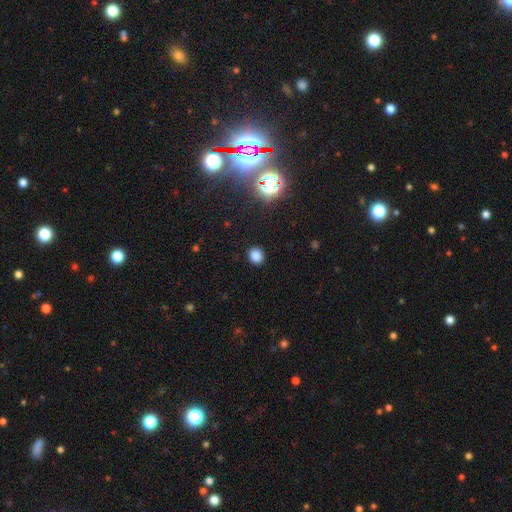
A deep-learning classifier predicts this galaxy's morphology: type=smooth (82%); roundness=round (78%); merging=none (90%).